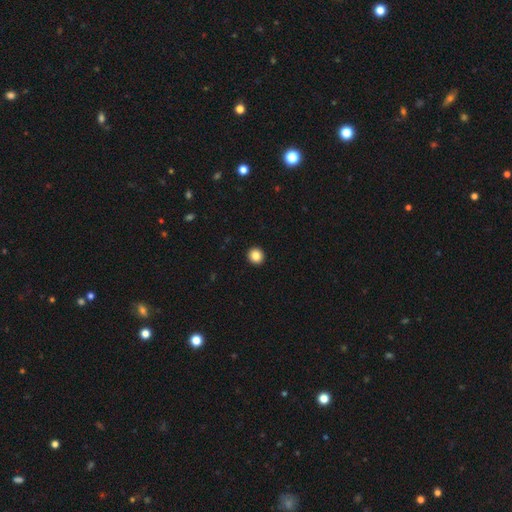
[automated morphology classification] Q: Smooth or featured?
A: smooth (86%); runner-up: star or artifact (10%)
Q: How rounded?
A: round (92%); runner-up: in between (7%)
Q: Merging?
A: none (94%); runner-up: minor disturbance (4%)